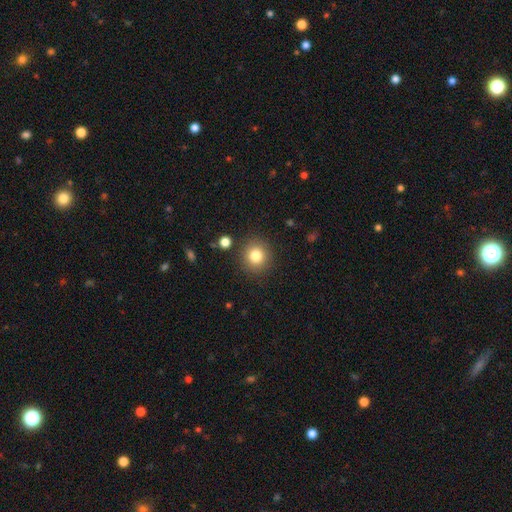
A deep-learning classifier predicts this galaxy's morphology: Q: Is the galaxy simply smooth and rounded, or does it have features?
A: smooth — 81%.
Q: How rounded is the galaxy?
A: round — 91%.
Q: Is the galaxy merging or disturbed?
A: none — 88%.